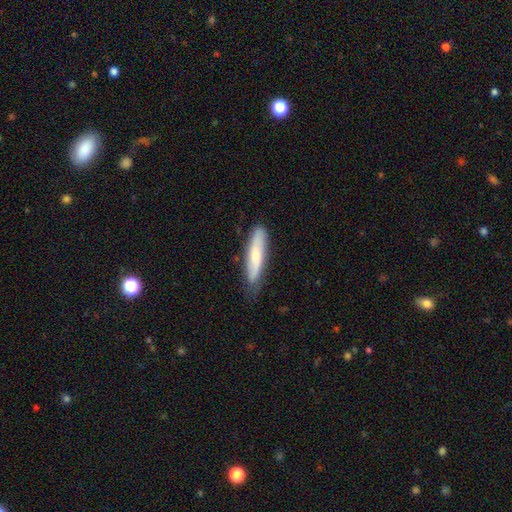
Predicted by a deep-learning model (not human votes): Smooth or featured? smooth (64%)
How rounded? cigar-shaped (79%)
Merging? none (74%)